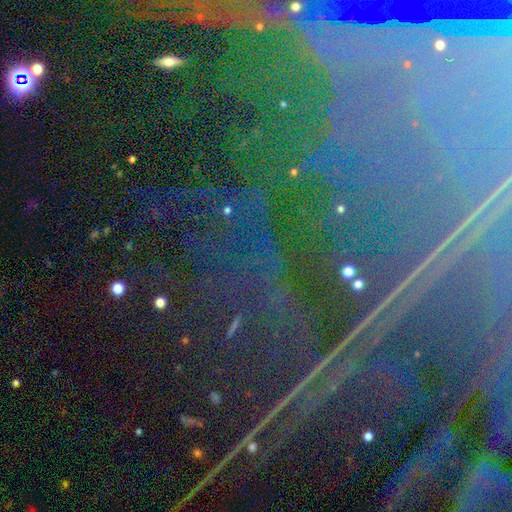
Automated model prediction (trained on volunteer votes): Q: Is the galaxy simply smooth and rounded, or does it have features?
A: star or artifact — 88%.